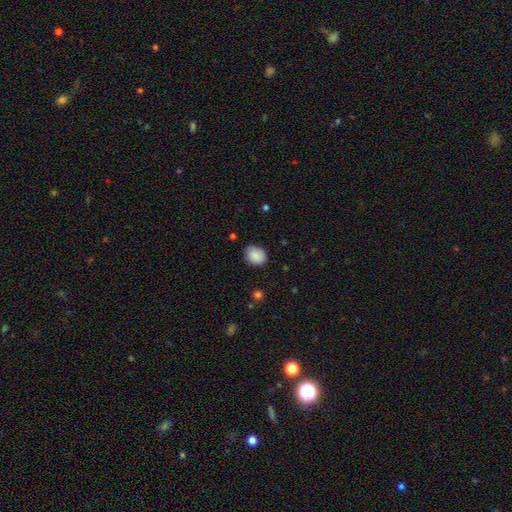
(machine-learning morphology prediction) Smooth or featured?
  - smooth: 86% *
  - star or artifact: 7%
  - featured or disk: 6%
How rounded?
  - in between: 55% *
  - round: 45%
  - cigar-shaped: 1%
Merging?
  - none: 78% *
  - minor disturbance: 17%
  - major disturbance: 3%
  - merger: 1%